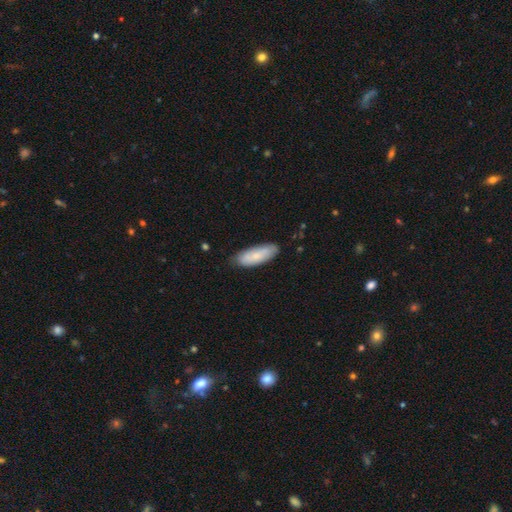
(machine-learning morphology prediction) Overall: smooth (73%). How rounded: in between (64%; cigar-shaped 34%). Merging: none (79%).